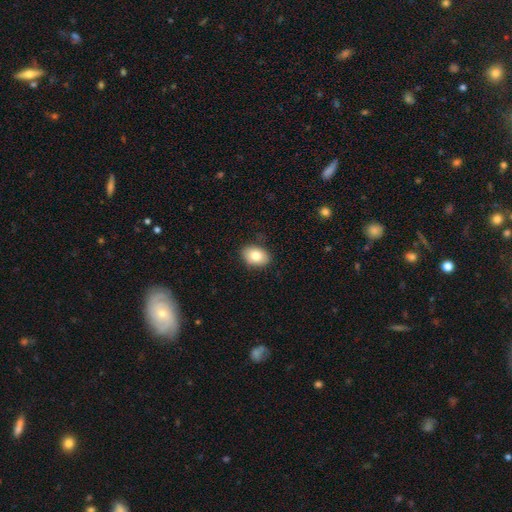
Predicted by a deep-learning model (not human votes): Smooth or featured?
  - smooth: 82% *
  - featured or disk: 10%
  - star or artifact: 8%
How rounded?
  - in between: 80% *
  - round: 19%
  - cigar-shaped: 1%
Merging?
  - none: 85% *
  - minor disturbance: 12%
  - major disturbance: 2%
  - merger: 1%